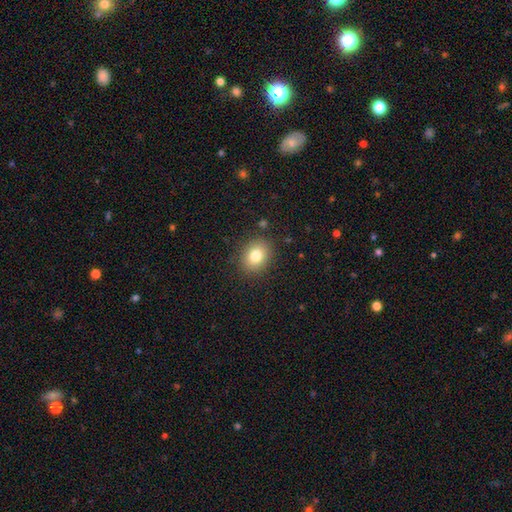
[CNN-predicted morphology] A smooth galaxy with no disk features (81%) that is round (52%). Merging: none (87%).